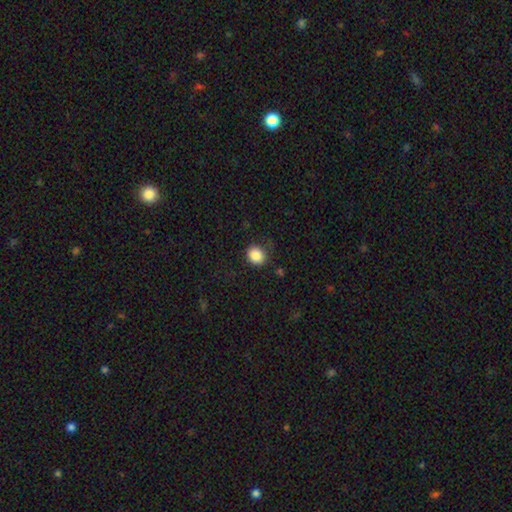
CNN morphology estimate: A smooth galaxy with no disk features (86%) that is round (63%).

Vote fractions:
- Smooth or featured? smooth: 86% / star or artifact: 9% / featured or disk: 5%
- How rounded? round: 63% / in between: 36% / cigar-shaped: 1%
- Merging? none: 79% / minor disturbance: 15% / major disturbance: 5% / merger: 2%